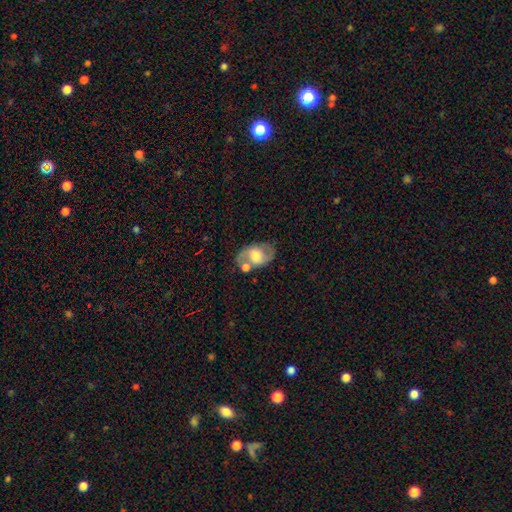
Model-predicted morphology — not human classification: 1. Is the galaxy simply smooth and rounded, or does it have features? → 68% featured or disk, 26% smooth, 7% star or artifact.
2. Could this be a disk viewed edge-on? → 96% no, 4% yes.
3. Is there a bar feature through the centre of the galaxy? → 52% no, 37% weak, 12% strong.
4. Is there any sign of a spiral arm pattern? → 82% yes, 18% no.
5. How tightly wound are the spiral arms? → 51% medium, 32% loose, 17% tight.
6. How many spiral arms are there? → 88% 2, 6% can't tell, 3% 1, 1% 3, 1% 4, 1% more than 4.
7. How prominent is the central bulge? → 46% moderate, 31% large, 15% small, 5% none, 3% dominant.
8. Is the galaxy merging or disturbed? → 57% none, 19% merger, 17% minor disturbance, 7% major disturbance.